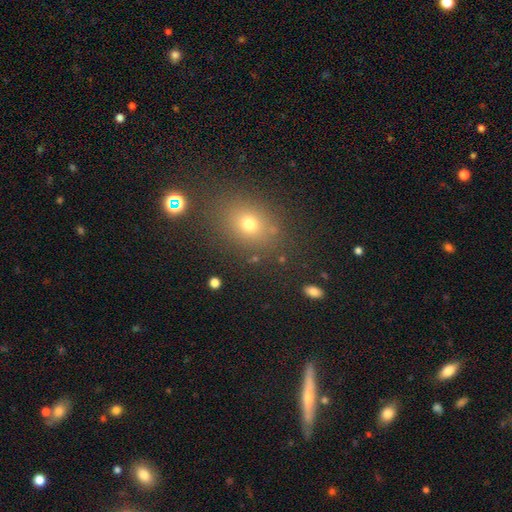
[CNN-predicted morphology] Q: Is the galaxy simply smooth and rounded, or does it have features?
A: smooth — 60%.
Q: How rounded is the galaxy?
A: round — 50%.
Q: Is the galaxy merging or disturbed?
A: none — 82%.